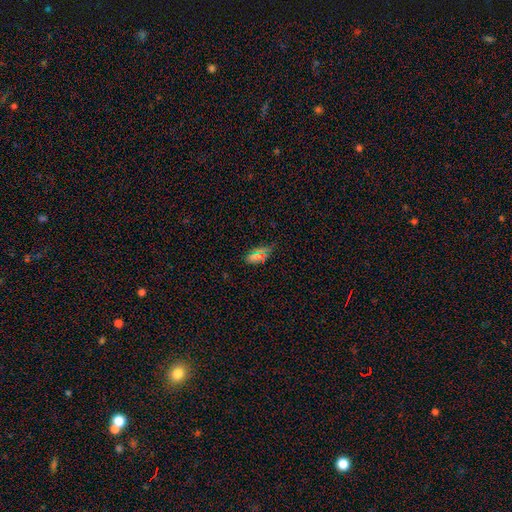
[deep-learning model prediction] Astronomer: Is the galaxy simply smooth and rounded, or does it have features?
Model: smooth — 65%.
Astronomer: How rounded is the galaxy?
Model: in between — 87%.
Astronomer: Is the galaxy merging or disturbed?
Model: none — 80%.